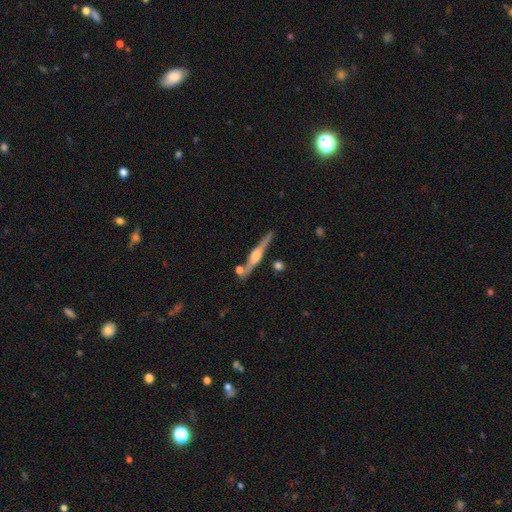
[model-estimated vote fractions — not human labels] Morphology: type=featured or disk (79%); edge-on=yes (98%); edge-on bulge=rounded (87%); merging=none (82%).